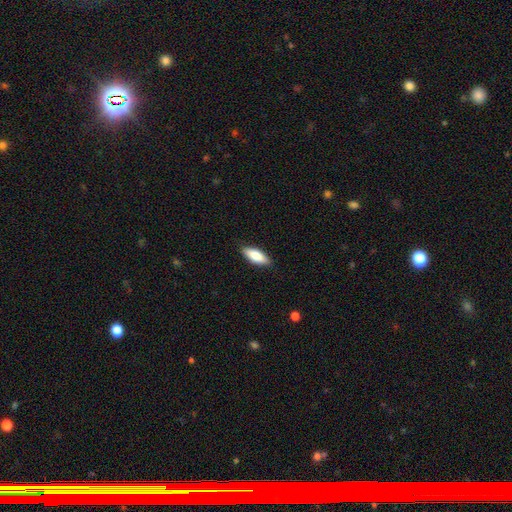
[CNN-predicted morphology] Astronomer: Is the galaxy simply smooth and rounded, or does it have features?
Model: smooth — 79%.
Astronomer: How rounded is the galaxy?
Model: in between — 70%.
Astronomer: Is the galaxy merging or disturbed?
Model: none — 87%.